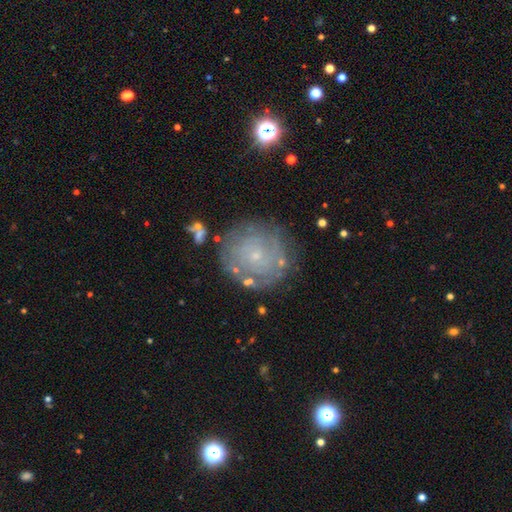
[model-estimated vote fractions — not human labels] smooth_or_featured: featured or disk (p=0.59) [alt: smooth p=0.29]
disk_edge_on: no (p=0.97) [alt: yes p=0.03]
bar: no (p=0.86) [alt: weak p=0.11]
has_spiral_arms: yes (p=0.68) [alt: no p=0.32]
bulge_size: small (p=0.86) [alt: moderate p=0.09]
merging: none (p=0.76) [alt: minor disturbance p=0.14]